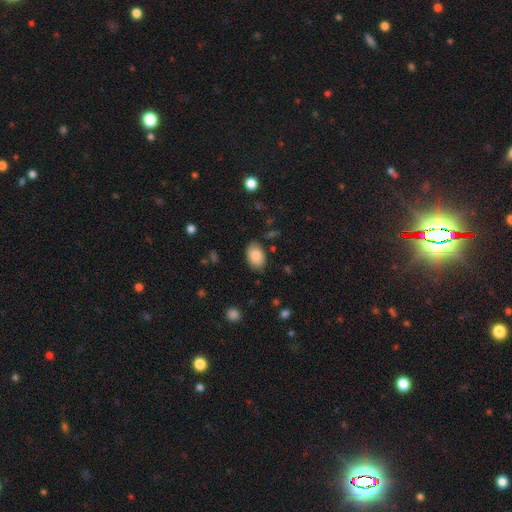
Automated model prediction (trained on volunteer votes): smooth 88%, star or artifact 7%, featured or disk 5%. Down the decision tree: how rounded — in between (89%); merging — none (82%).